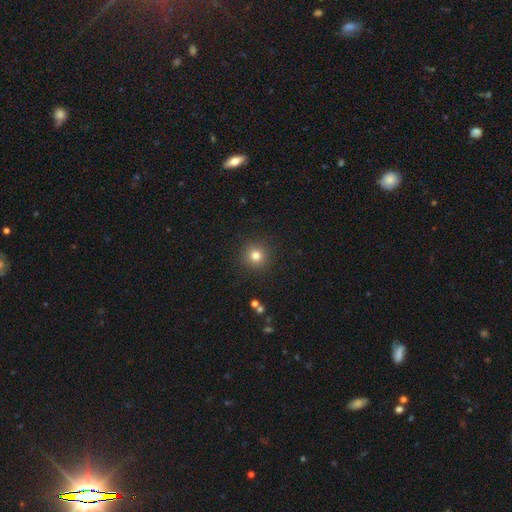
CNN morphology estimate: Q: Smooth or featured?
A: smooth (79%); runner-up: star or artifact (14%)
Q: How rounded?
A: round (94%); runner-up: in between (5%)
Q: Merging?
A: none (90%); runner-up: minor disturbance (6%)